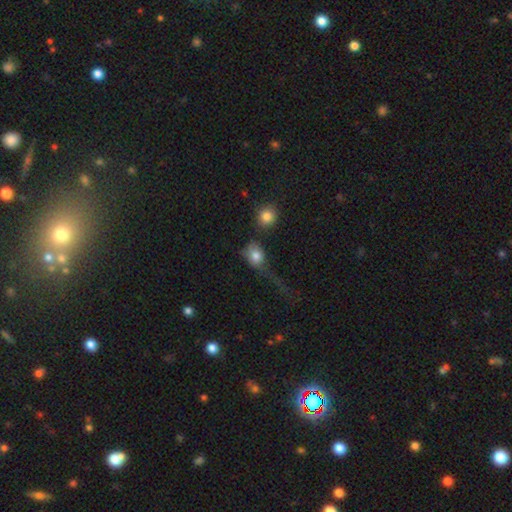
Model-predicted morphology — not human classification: Smooth or featured? Predicted: smooth (p=0.75). How rounded? Predicted: round (p=0.49). Merging? Predicted: major disturbance (p=0.39).